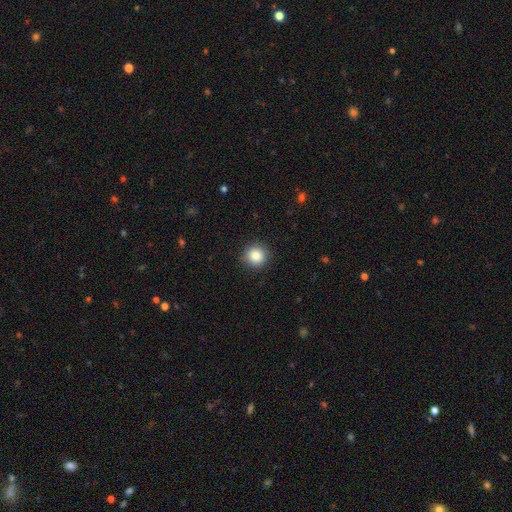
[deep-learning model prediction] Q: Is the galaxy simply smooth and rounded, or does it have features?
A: smooth — 86%.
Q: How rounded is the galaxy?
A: round — 94%.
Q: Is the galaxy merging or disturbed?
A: none — 90%.